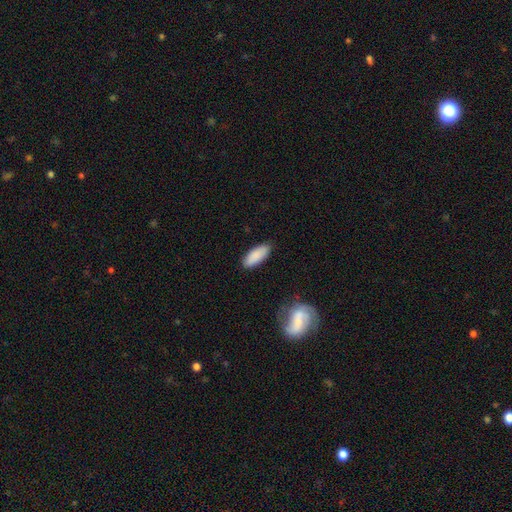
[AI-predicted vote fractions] smooth 89%, star or artifact 6%, featured or disk 6%. Down the decision tree: how rounded — in between (78%); merging — none (87%).